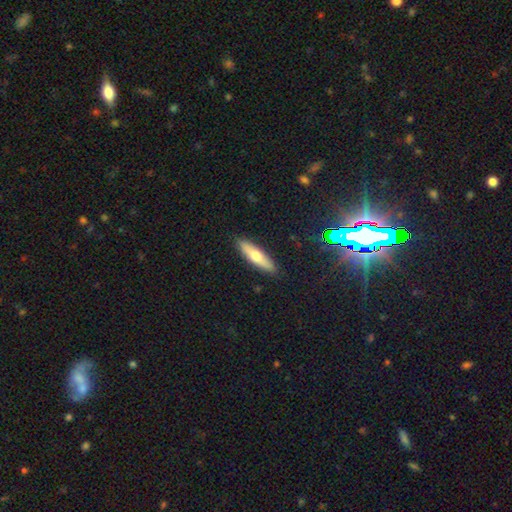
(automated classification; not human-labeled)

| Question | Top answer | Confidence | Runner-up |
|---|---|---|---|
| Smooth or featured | smooth | 58% | featured or disk (35%) |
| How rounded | cigar-shaped | 69% | in between (29%) |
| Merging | none | 89% | minor disturbance (8%) |